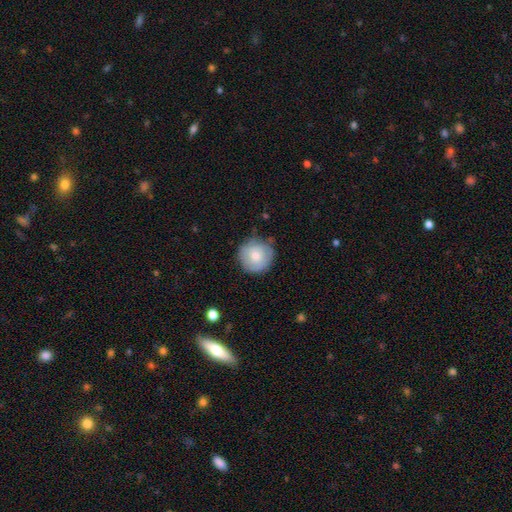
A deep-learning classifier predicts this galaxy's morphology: smooth 71%, featured or disk 22%, star or artifact 7%. Down the decision tree: how rounded — round (94%); merging — none (77%).